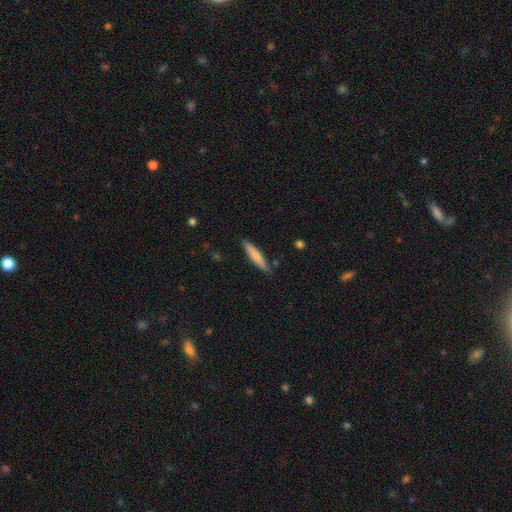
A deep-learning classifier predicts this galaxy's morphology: smooth-or-featured: smooth: 68% | featured or disk: 26% | star or artifact: 6%
  how-rounded: cigar-shaped: 88% | in between: 10% | round: 1%
  merging: none: 86% | minor disturbance: 10% | merger: 2% | major disturbance: 2%